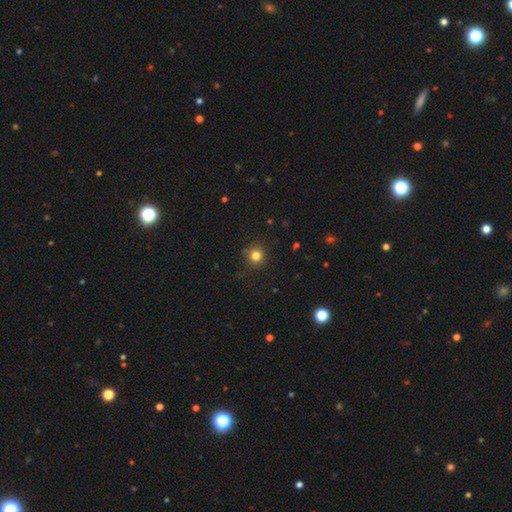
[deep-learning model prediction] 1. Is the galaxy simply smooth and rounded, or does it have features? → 80% smooth, 14% star or artifact, 5% featured or disk.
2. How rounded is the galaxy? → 92% round, 7% in between, 1% cigar-shaped.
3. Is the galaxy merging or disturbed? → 86% none, 9% minor disturbance, 3% major disturbance, 1% merger.